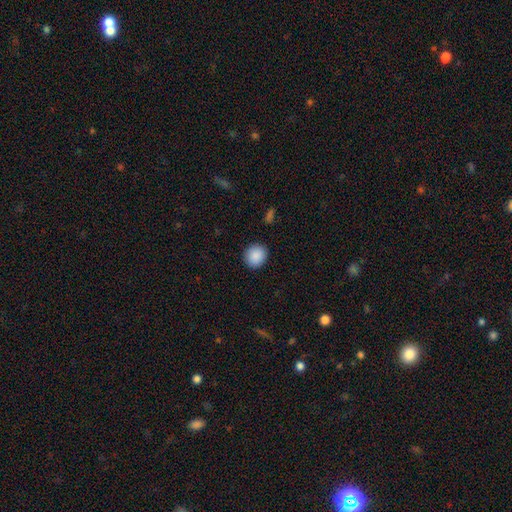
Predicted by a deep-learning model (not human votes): Smooth or featured? Predicted: smooth (p=0.90). How rounded? Predicted: round (p=0.84). Merging? Predicted: none (p=0.91).